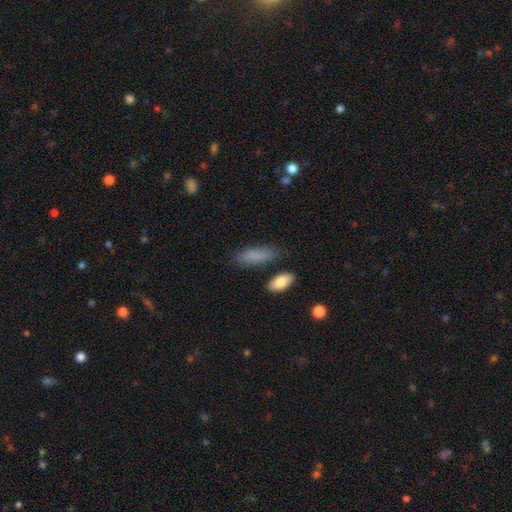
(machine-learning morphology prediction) A smooth galaxy with no disk features (83%) that is cigar-shaped (53%). Merging: none (77%).